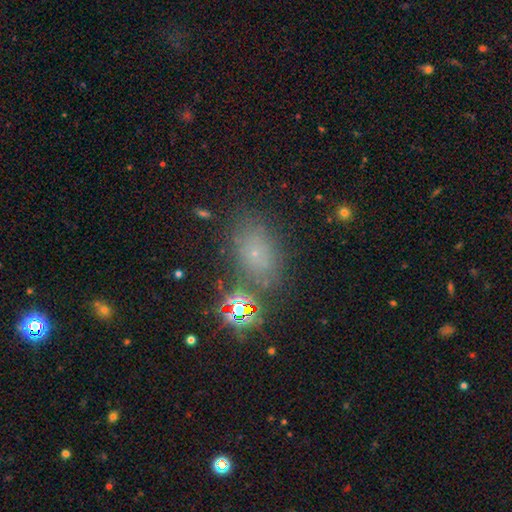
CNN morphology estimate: The model was most divided on "smooth or featured": smooth: 43%, star or artifact: 42%, featured or disk: 15%. More confident: merging — none (75%).